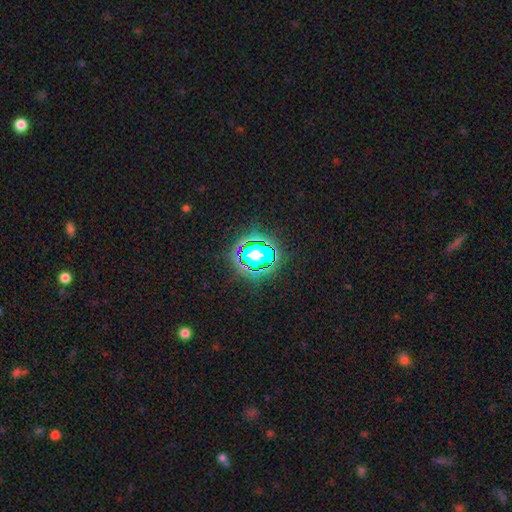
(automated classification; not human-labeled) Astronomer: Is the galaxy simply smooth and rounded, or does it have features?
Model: star or artifact — 79%.